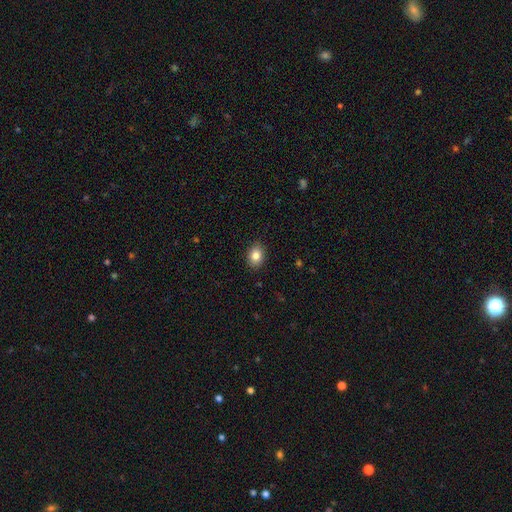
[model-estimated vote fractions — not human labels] A smooth galaxy with no disk features (84%) that is in between round and cigar-shaped (68%).

Vote fractions:
- Smooth or featured? smooth: 84% / star or artifact: 9% / featured or disk: 7%
- How rounded? in between: 68% / round: 31% / cigar-shaped: 1%
- Merging? none: 89% / minor disturbance: 8% / major disturbance: 2% / merger: 1%